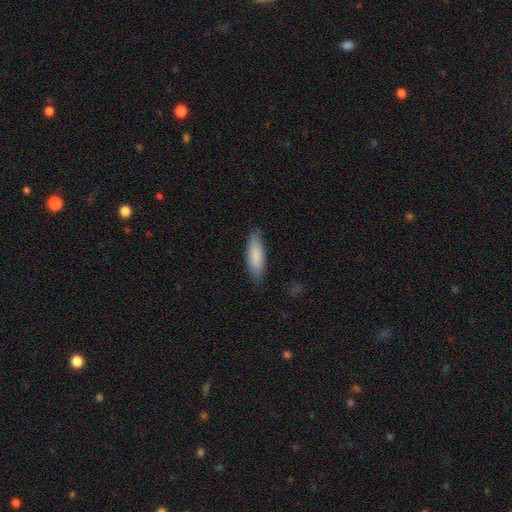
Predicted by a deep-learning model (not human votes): Smooth or featured: smooth — 85% (featured or disk — 10%)
How rounded: in between — 58% (cigar-shaped — 41%)
Merging: none — 83% (minor disturbance — 14%)